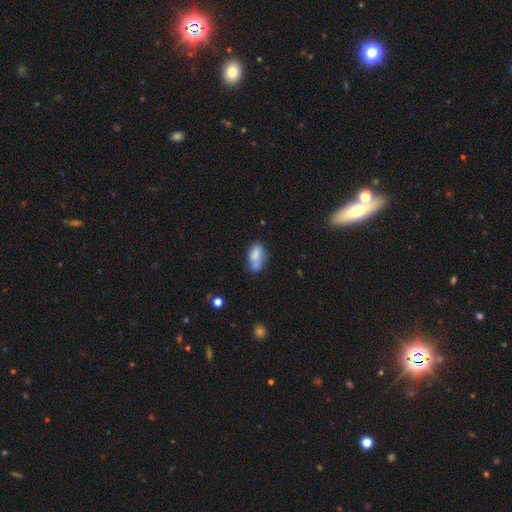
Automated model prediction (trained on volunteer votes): A smooth galaxy with no disk features (74%) that is in between round and cigar-shaped (88%).

Vote fractions:
- Smooth or featured? smooth: 74% / featured or disk: 17% / star or artifact: 9%
- How rounded? in between: 88% / round: 9% / cigar-shaped: 3%
- Merging? merger: 41% / none: 34% / minor disturbance: 18% / major disturbance: 7%